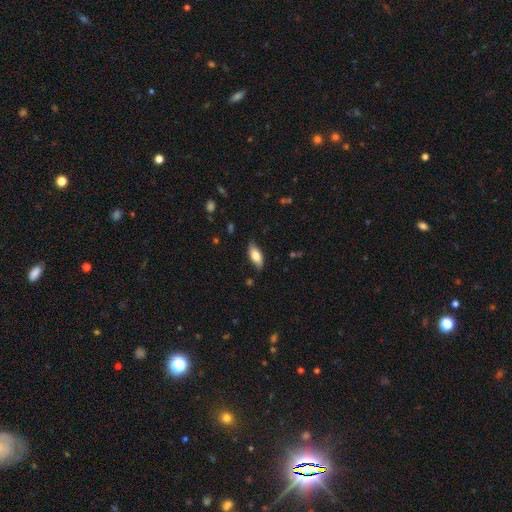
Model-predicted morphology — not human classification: smooth_or_featured: smooth (p=0.77) [alt: featured or disk p=0.17]
how_rounded: in between (p=0.85) [alt: cigar-shaped p=0.12]
merging: none (p=0.80) [alt: minor disturbance p=0.16]